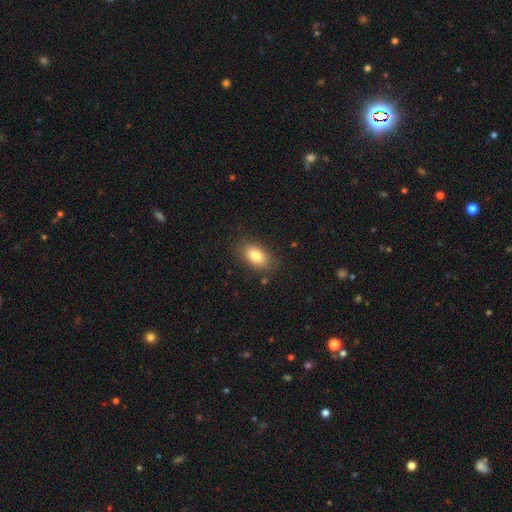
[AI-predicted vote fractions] A smooth galaxy with no disk features (83%) that is in between round and cigar-shaped (89%).

Vote fractions:
- Smooth or featured? smooth: 83% / featured or disk: 9% / star or artifact: 8%
- How rounded? in between: 89% / round: 9% / cigar-shaped: 2%
- Merging? none: 84% / minor disturbance: 12% / major disturbance: 3% / merger: 1%